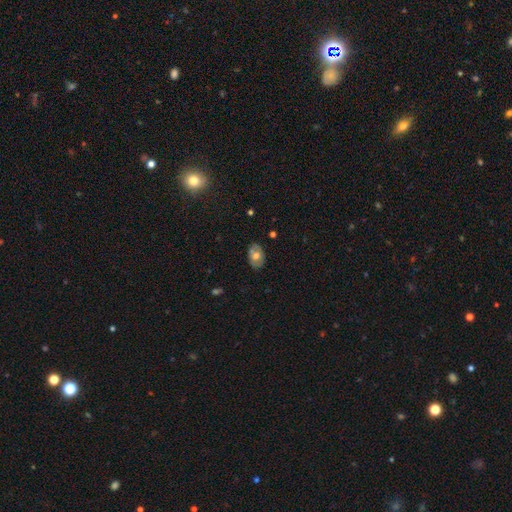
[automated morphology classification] Q: Smooth or featured?
A: smooth (53%); runner-up: featured or disk (39%)
Q: How rounded?
A: in between (85%); runner-up: round (14%)
Q: Merging?
A: none (77%); runner-up: minor disturbance (18%)